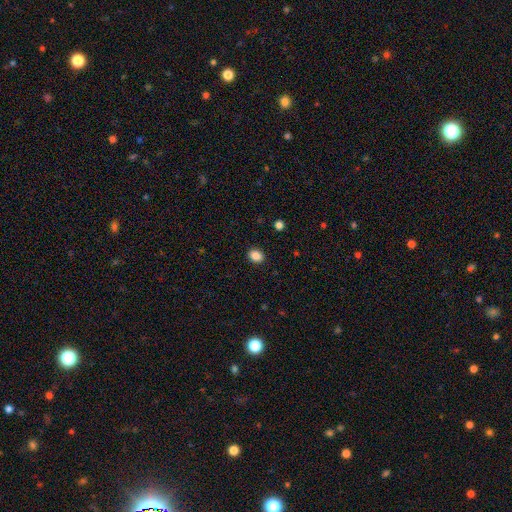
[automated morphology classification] smooth-or-featured: smooth: 87% | star or artifact: 10% | featured or disk: 4%
  how-rounded: in between: 51% | round: 48% | cigar-shaped: 1%
  merging: none: 91% | minor disturbance: 6% | major disturbance: 2% | merger: 1%